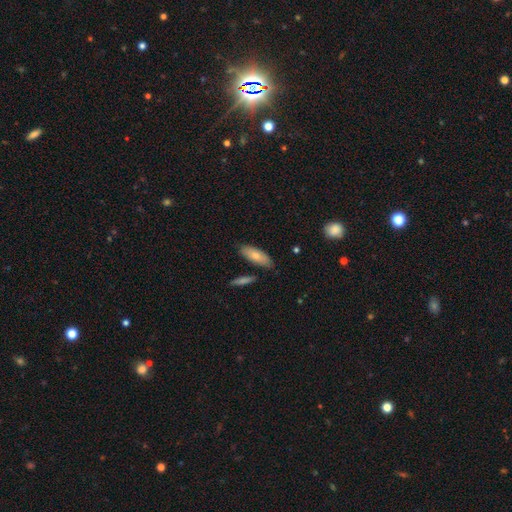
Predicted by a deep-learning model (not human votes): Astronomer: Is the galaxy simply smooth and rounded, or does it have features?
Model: smooth — 77%.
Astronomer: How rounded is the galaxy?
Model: in between — 69%.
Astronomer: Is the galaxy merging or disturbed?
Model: none — 80%.